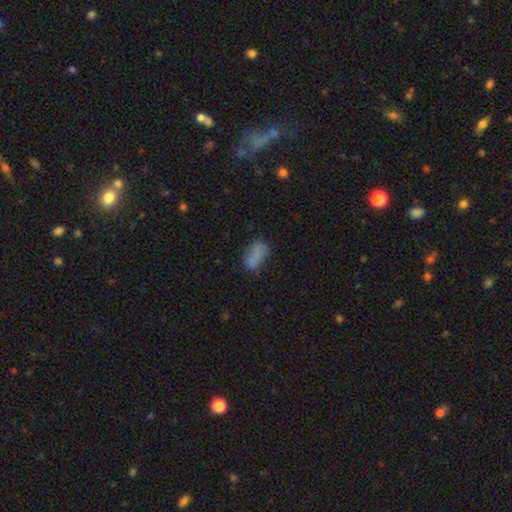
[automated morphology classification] Smooth or featured: smooth — 79% (featured or disk — 11%)
How rounded: in between — 89% (cigar-shaped — 6%)
Merging: none — 58% (minor disturbance — 26%)